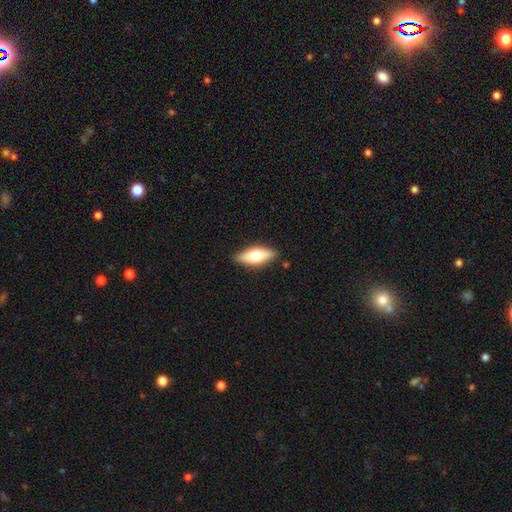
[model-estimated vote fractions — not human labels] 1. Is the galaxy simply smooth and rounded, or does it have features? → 56% smooth, 38% featured or disk, 6% star or artifact.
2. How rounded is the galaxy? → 70% in between, 27% cigar-shaped, 3% round.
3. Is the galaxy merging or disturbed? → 86% none, 11% minor disturbance, 2% major disturbance, 1% merger.